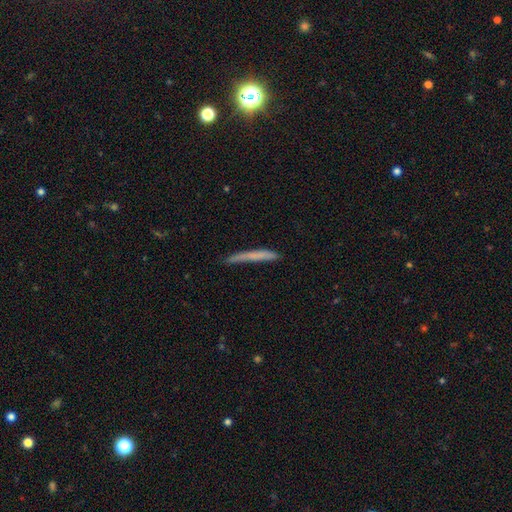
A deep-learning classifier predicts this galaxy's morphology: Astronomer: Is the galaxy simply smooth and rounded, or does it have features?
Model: smooth — 66%.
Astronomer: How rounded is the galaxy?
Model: cigar-shaped — 96%.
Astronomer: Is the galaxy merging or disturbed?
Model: none — 74%.